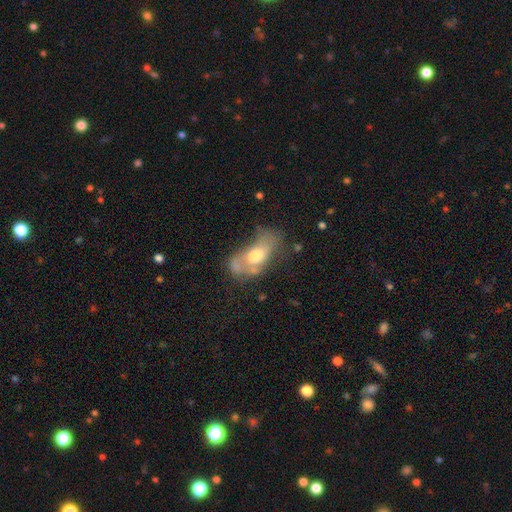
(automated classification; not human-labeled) A smooth galaxy with no disk features (49%).

Vote fractions:
- Smooth or featured? smooth: 49% / featured or disk: 42% / star or artifact: 9%
- Merging? major disturbance: 31% / none: 29% / minor disturbance: 25% / merger: 15%